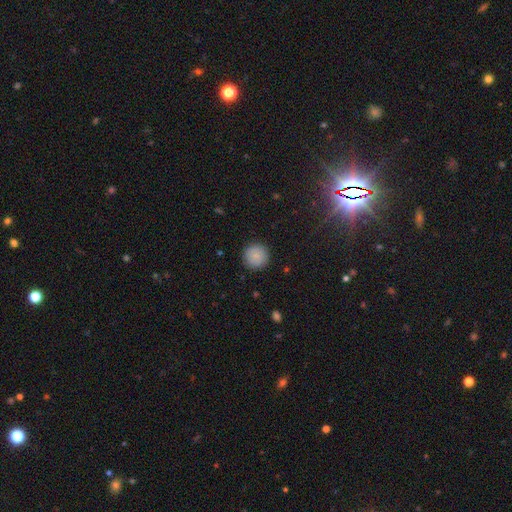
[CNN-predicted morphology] smooth-or-featured: smooth: 87% | star or artifact: 8% | featured or disk: 5%
  how-rounded: round: 96% | in between: 3% | cigar-shaped: 1%
  merging: none: 91% | minor disturbance: 6% | major disturbance: 2% | merger: 1%